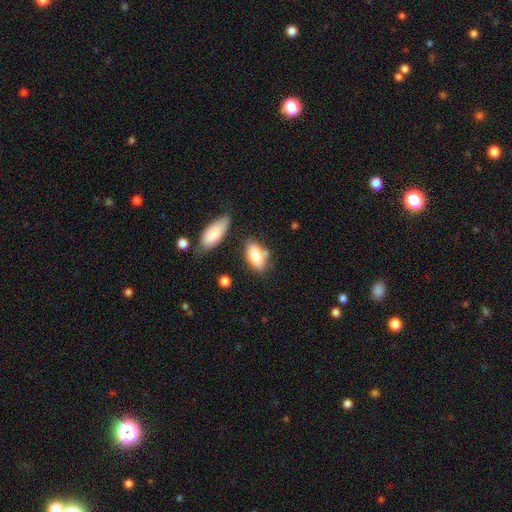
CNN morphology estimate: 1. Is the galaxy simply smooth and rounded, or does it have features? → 78% smooth, 15% featured or disk, 7% star or artifact.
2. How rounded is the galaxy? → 89% in between, 7% cigar-shaped, 4% round.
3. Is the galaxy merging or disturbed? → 64% none, 18% minor disturbance, 14% merger, 5% major disturbance.